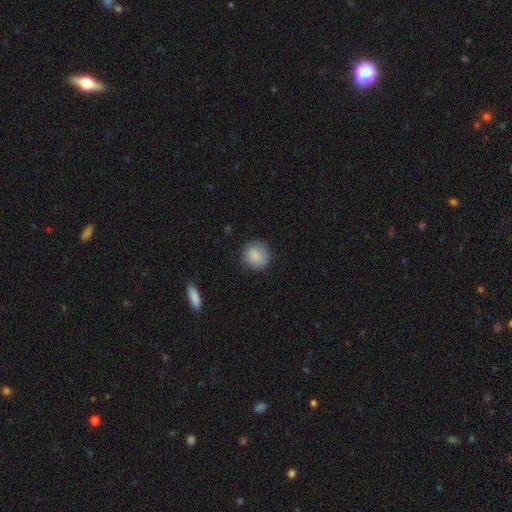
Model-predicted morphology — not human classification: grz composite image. It shows a smooth galaxy with no disk features (87%) that is round (89%). Merging: none (83%).